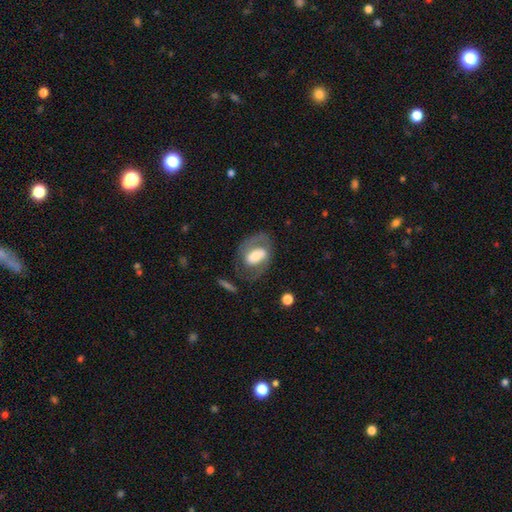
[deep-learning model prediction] featured or disk 57%, smooth 36%, star or artifact 6%. Down the decision tree: edge-on disk — no (94%); bar — no (40%); spiral arms — yes (60%); bulge size — moderate (42%); merging — none (62%).